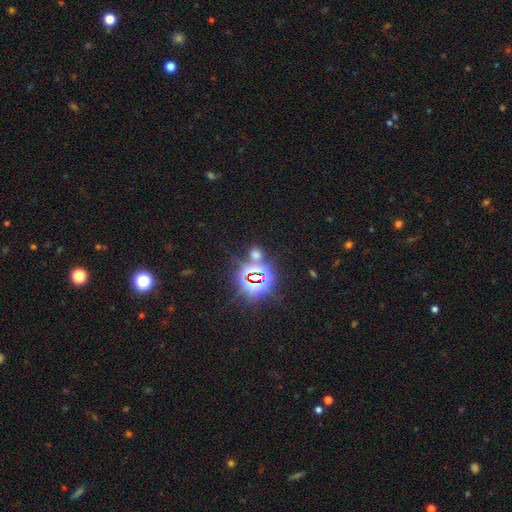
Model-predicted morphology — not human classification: type=star or artifact (58%).